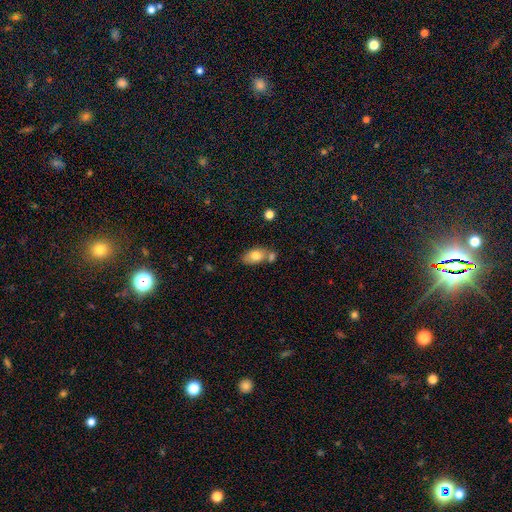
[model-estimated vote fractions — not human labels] This appears to be a smooth galaxy with no disk features (76%) that is in between round and cigar-shaped (89%). Merging: none (51%).